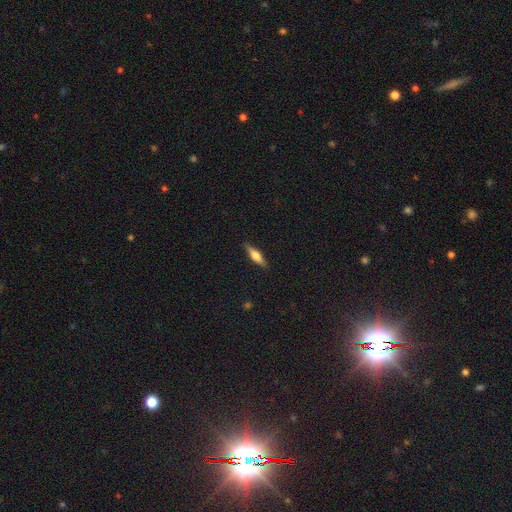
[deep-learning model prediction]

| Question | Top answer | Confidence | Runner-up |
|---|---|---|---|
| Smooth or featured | smooth | 51% | featured or disk (43%) |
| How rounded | cigar-shaped | 69% | in between (29%) |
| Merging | none | 88% | minor disturbance (9%) |